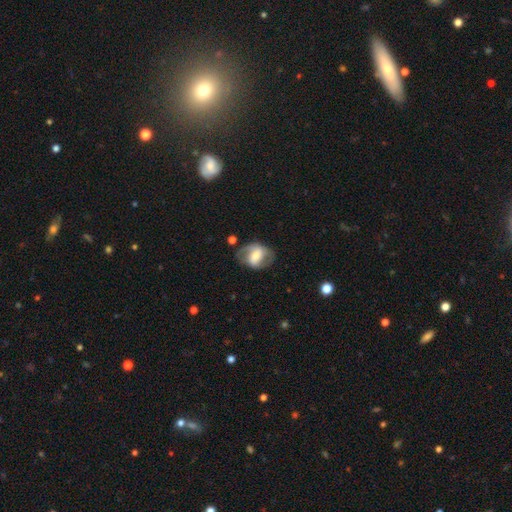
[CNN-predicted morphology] Smooth or featured: featured or disk — 58% (smooth — 34%)
Edge-on disk: no — 95% (yes — 5%)
Bar: strong — 43% (weak — 35%)
Spiral arms: yes — 69% (no — 31%)
Bulge size: moderate — 48% (small — 31%)
Merging: none — 67% (minor disturbance — 19%)